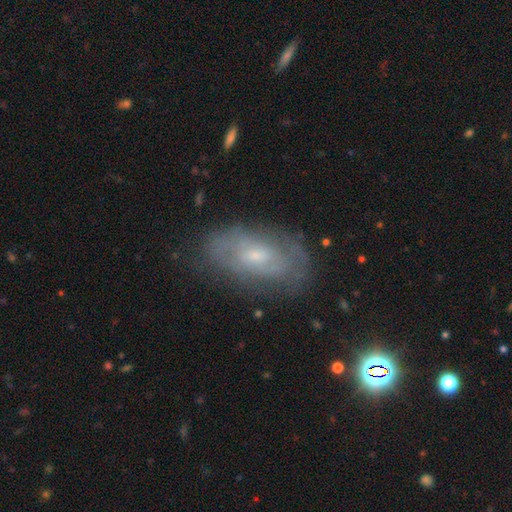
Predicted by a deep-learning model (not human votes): smooth-or-featured: featured or disk: 62% | smooth: 29% | star or artifact: 9%
  disk-edge-on: no: 91% | yes: 9%
    bar: no: 57% | weak: 37% | strong: 6%
    has-spiral-arms: yes: 66% | no: 34%
    bulge-size: small: 59% | moderate: 33% | none: 5% | large: 2% | dominant: 1%
  merging: none: 72% | minor disturbance: 19% | major disturbance: 7% | merger: 2%